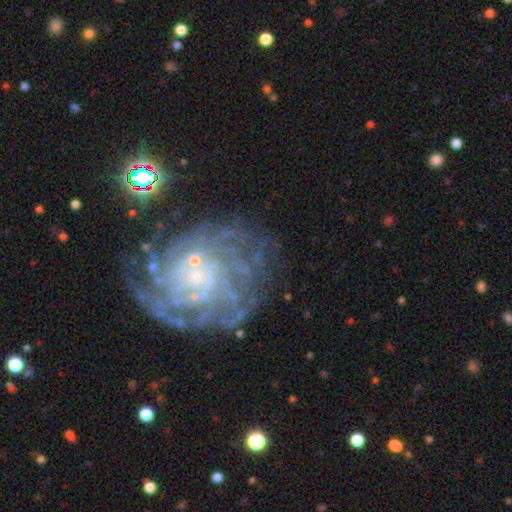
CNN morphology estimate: Smooth or featured? featured or disk (81%)
Edge-on disk? no (97%)
Bar? no (68%)
Spiral arms? yes (94%)
Spiral winding? tight (72%)
Spiral arm count? can't tell (34%)
Bulge size? small (78%)
Merging? none (70%)